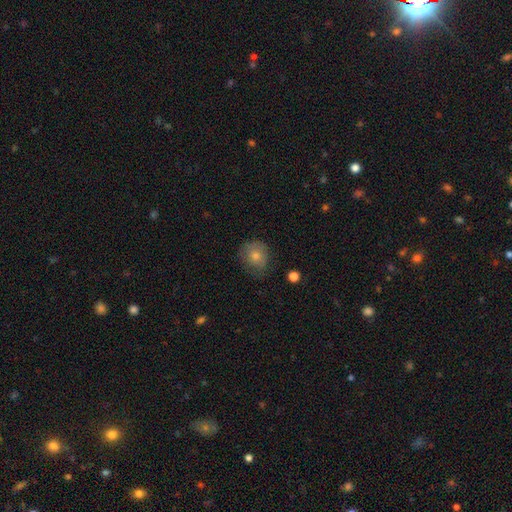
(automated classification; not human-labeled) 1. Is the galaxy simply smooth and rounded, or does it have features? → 62% smooth, 26% featured or disk, 12% star or artifact.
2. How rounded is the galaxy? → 77% round, 22% in between, 1% cigar-shaped.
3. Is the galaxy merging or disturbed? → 71% none, 21% minor disturbance, 7% major disturbance, 1% merger.